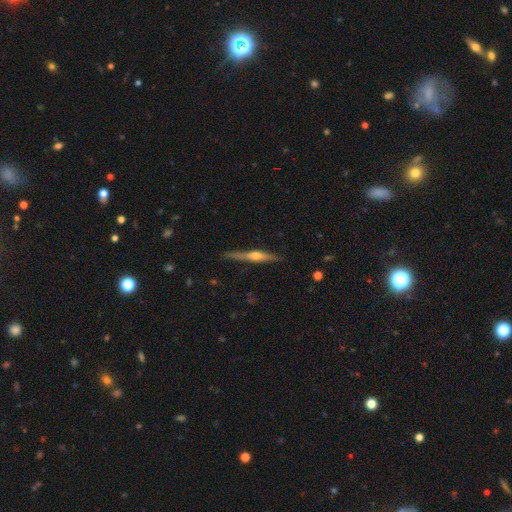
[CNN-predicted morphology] Smooth or featured? Predicted: featured or disk (p=0.71). Edge-on disk? Predicted: yes (p=0.97). Edge-on bulge? Predicted: rounded (p=0.88). Merging? Predicted: none (p=0.85).